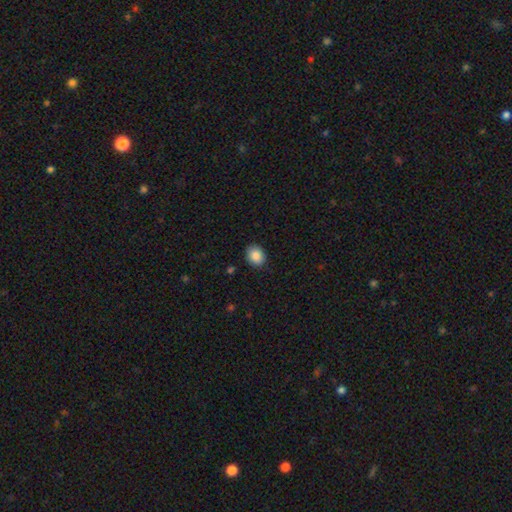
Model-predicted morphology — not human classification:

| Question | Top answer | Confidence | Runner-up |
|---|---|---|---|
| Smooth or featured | smooth | 88% | star or artifact (8%) |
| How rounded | in between | 50% | round (49%) |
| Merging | none | 88% | minor disturbance (9%) |